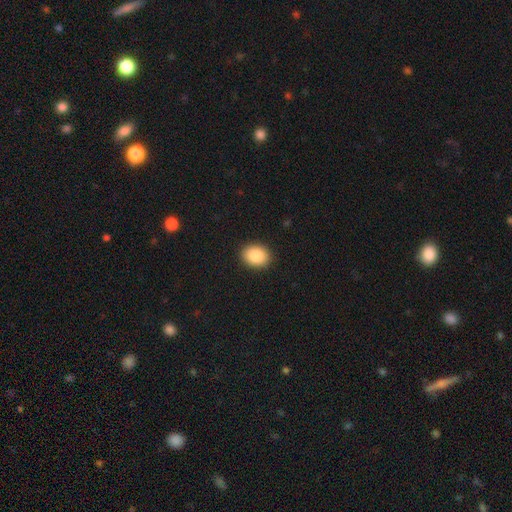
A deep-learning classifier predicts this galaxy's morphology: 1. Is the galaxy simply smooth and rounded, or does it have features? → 88% smooth, 8% star or artifact, 5% featured or disk.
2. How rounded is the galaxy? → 60% in between, 39% round, 1% cigar-shaped.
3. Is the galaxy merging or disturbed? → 91% none, 7% minor disturbance, 2% major disturbance, 1% merger.